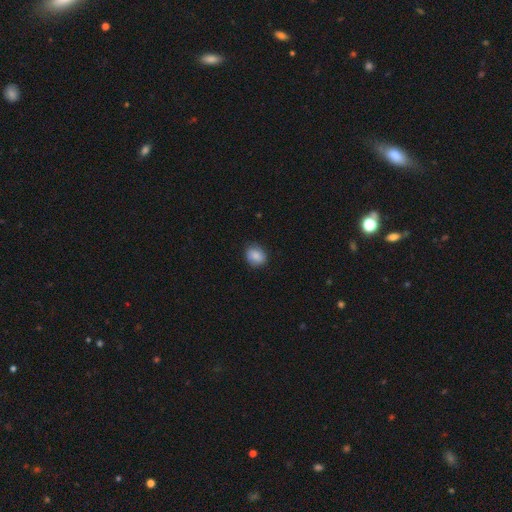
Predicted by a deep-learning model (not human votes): smooth 83%, featured or disk 9%, star or artifact 8%. Down the decision tree: how rounded — round (54%); merging — none (83%).